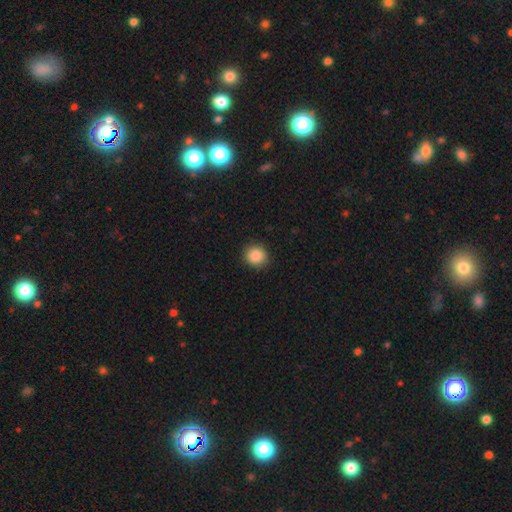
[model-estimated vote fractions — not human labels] Smooth or featured? smooth (89%)
How rounded? round (87%)
Merging? none (90%)